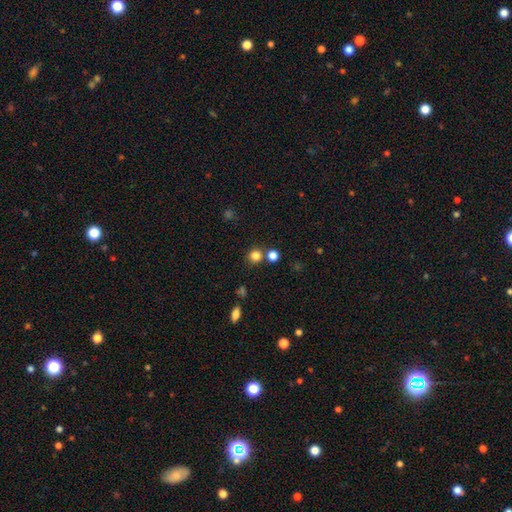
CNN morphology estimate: Smooth or featured? Predicted: smooth (p=0.81). How rounded? Predicted: round (p=0.89). Merging? Predicted: none (p=0.73).